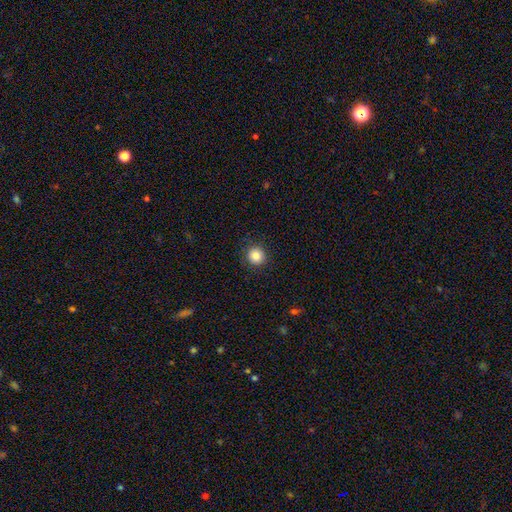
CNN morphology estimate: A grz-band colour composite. It shows a smooth galaxy with no disk features (85%) that is round (94%). Merging: none (91%).